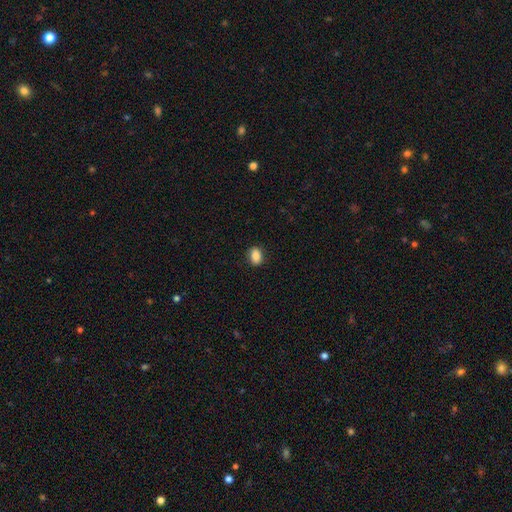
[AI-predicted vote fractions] Overall: smooth (86%). How rounded: in between (73%). Merging: none (88%).